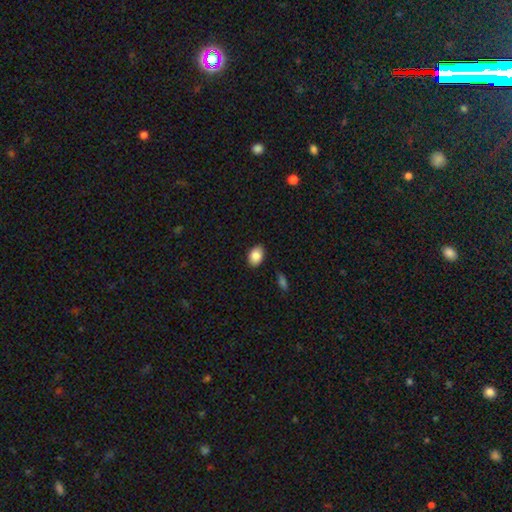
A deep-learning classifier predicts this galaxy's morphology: Overall: smooth (87%). How rounded: in between (83%). Merging: none (88%).